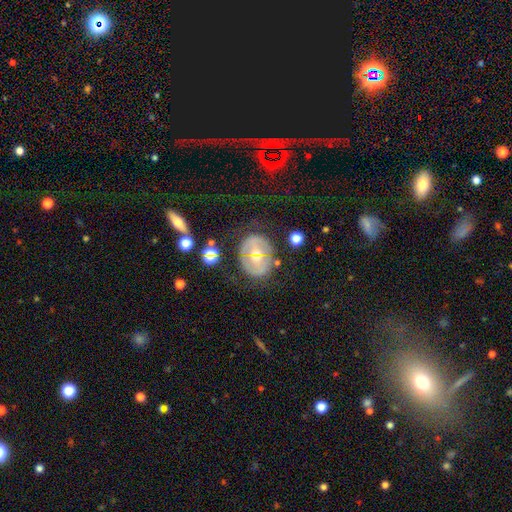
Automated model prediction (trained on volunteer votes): Smooth or featured? Predicted: featured or disk (p=0.60). Edge-on disk? Predicted: no (p=0.95). Bar? Predicted: no (p=0.60). Spiral arms? Predicted: yes (p=0.56). Bulge size? Predicted: small (p=0.52). Merging? Predicted: none (p=0.63).